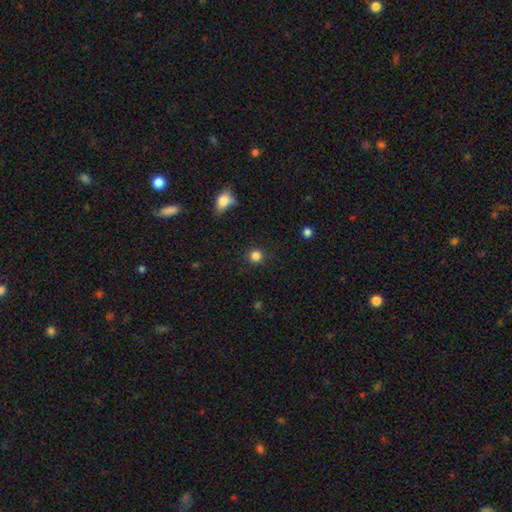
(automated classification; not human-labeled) This is clearly a smooth galaxy (84%). How rounded: clearly round (93%). Merging: clearly none (90%).